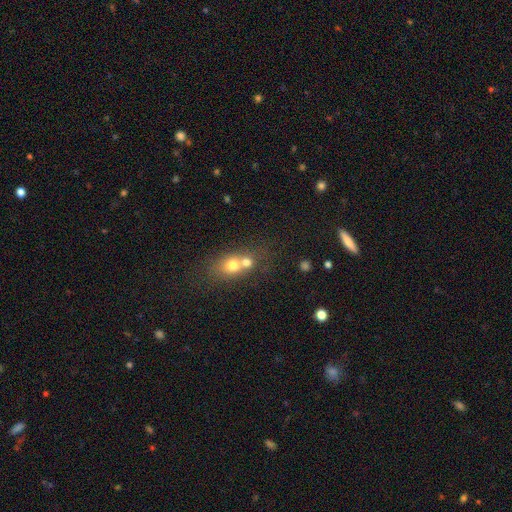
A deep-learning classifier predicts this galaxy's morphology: type=smooth (58%); roundness=round (48%); merging=merger (50%).